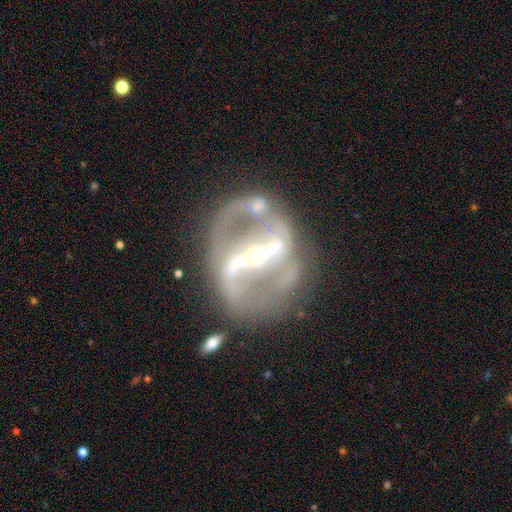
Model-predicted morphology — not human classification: This appears to be a featured or disk galaxy (87%) with a strong bar (78%), 2 (78%) medium (46%) spiral arms (71%) and a small central bulge (69%). Merging: none (56%).